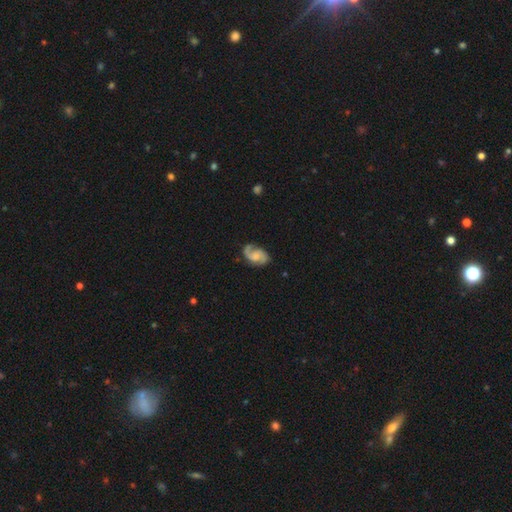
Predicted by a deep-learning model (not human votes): This is clearly a featured or disk galaxy (83%). It is clearly not viewed edge-on (98%). Bar: possibly no (57%). Spiral arm pattern: clearly yes (97%). Spiral arm count: clearly 2 (89%). Spiral winding: possibly medium (52%). Central bulge: marginally small (34%). Merging: likely none (75%).